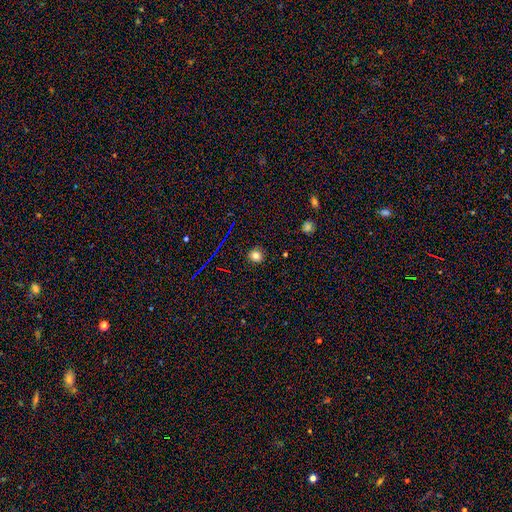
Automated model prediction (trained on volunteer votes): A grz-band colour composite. It shows a smooth galaxy with no disk features (77%) that is round (84%). Merging: none (90%).